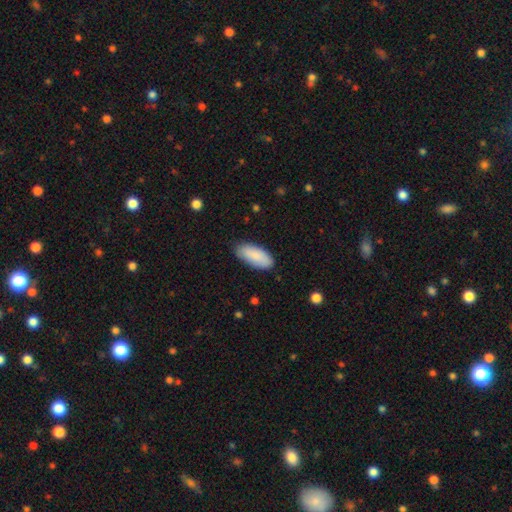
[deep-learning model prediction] Smooth or featured?
  - smooth: 87% *
  - featured or disk: 7%
  - star or artifact: 6%
How rounded?
  - in between: 88% *
  - cigar-shaped: 11%
  - round: 2%
Merging?
  - none: 83% *
  - minor disturbance: 13%
  - major disturbance: 2%
  - merger: 1%